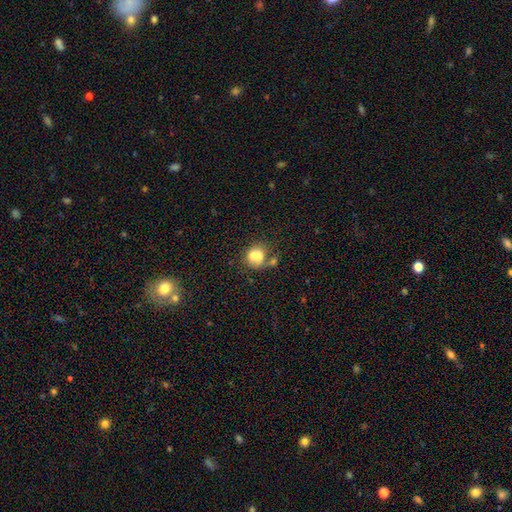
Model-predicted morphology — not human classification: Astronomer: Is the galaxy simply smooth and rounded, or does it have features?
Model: smooth — 67%.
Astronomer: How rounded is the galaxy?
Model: round — 65%.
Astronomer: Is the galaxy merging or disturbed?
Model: merger — 52% (runner-up: none, 29%).